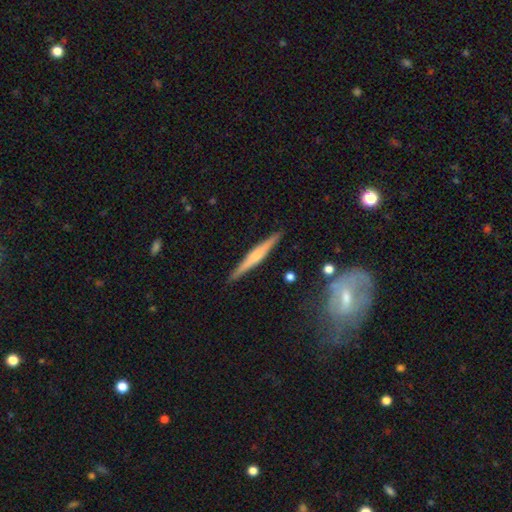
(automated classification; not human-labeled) Smooth or featured? Predicted: featured or disk (p=0.62). Edge-on disk? Predicted: yes (p=0.97). Edge-on bulge? Predicted: rounded (p=0.63). Merging? Predicted: none (p=0.90).